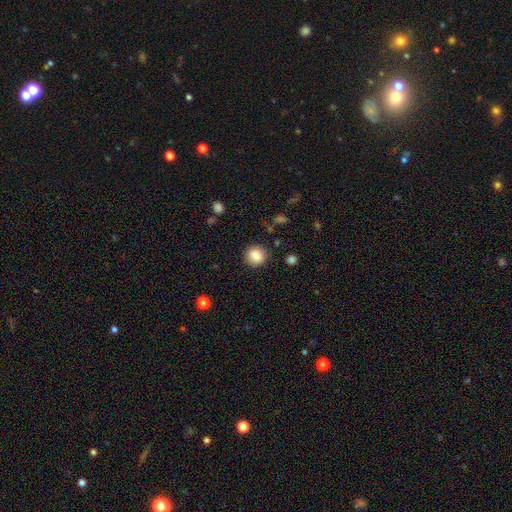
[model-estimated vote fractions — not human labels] This appears to be a smooth galaxy with no disk features (86%) that is round (87%). Merging: none (88%).